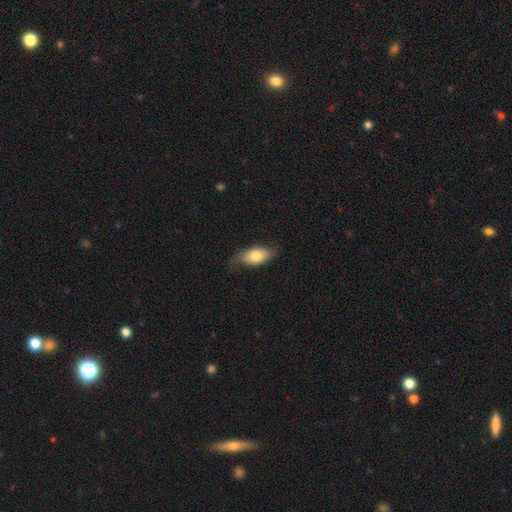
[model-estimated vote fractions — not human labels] Smooth or featured? Predicted: smooth (p=0.74). How rounded? Predicted: in between (p=0.89). Merging? Predicted: none (p=0.64).